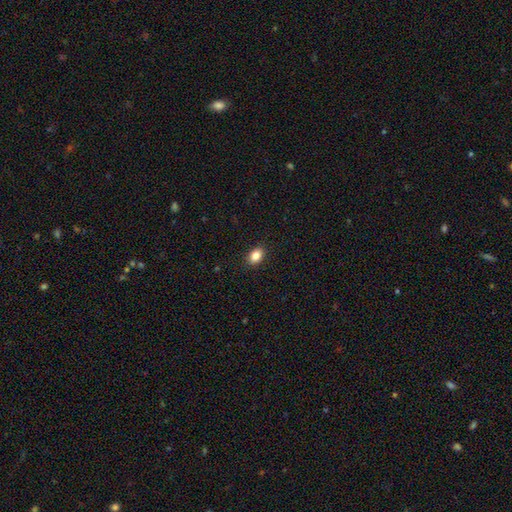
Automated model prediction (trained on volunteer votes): Smooth or featured? Predicted: smooth (p=0.85). How rounded? Predicted: in between (p=0.81). Merging? Predicted: none (p=0.89).